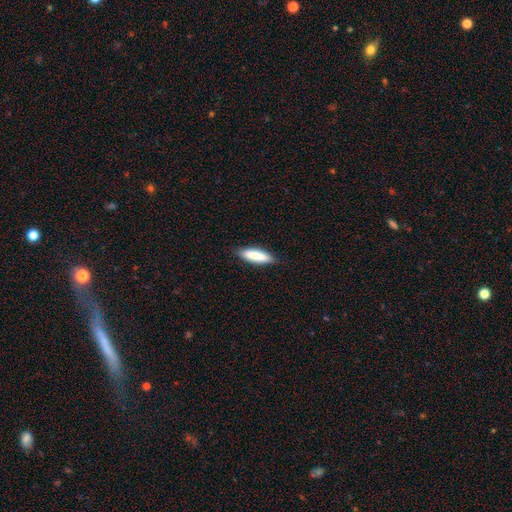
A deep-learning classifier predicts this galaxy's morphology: The model was most divided on "how rounded": cigar-shaped: 55%, in between: 44%, round: 1%. More confident: merging — none (85%); smooth or featured — smooth (84%).